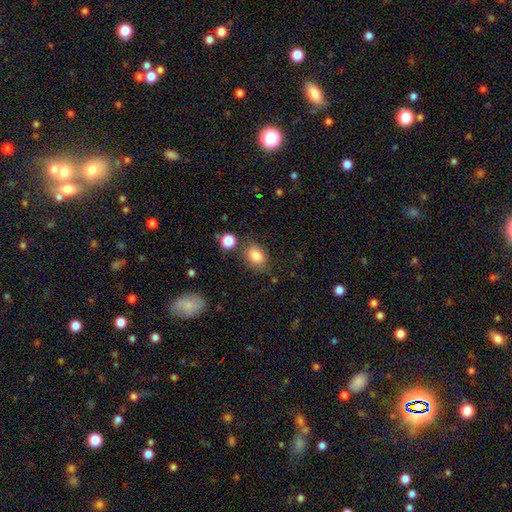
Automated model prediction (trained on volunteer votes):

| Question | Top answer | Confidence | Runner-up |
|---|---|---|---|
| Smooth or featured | smooth | 84% | star or artifact (10%) |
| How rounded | in between | 70% | round (28%) |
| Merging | none | 70% | minor disturbance (17%) |